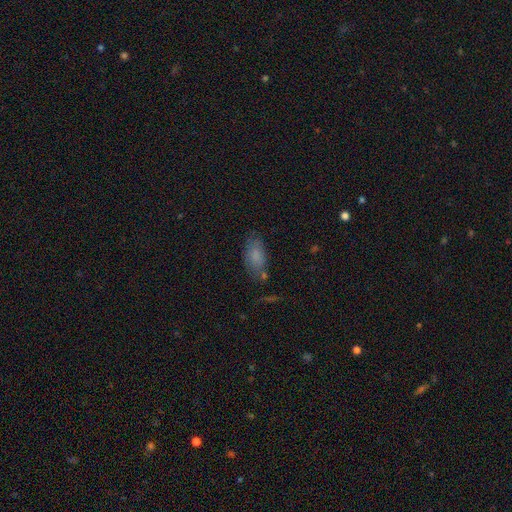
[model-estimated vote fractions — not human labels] Smooth or featured?
  - smooth: 82% *
  - featured or disk: 9%
  - star or artifact: 8%
How rounded?
  - in between: 90% *
  - cigar-shaped: 6%
  - round: 3%
Merging?
  - none: 67% *
  - minor disturbance: 19%
  - merger: 7%
  - major disturbance: 6%